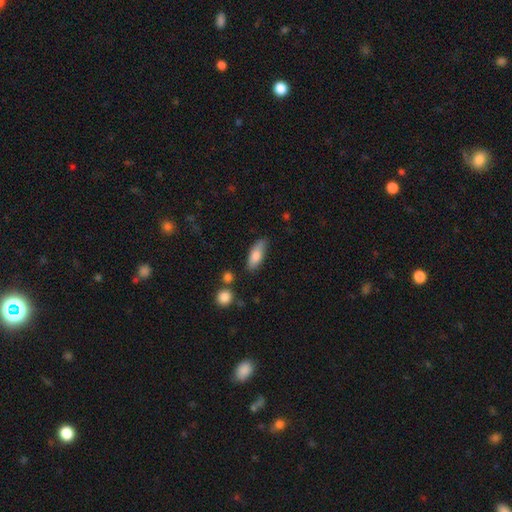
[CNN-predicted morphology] The model was most divided on "how rounded": in between: 70%, cigar-shaped: 27%, round: 3%. More confident: smooth or featured — smooth (77%); merging — none (74%).